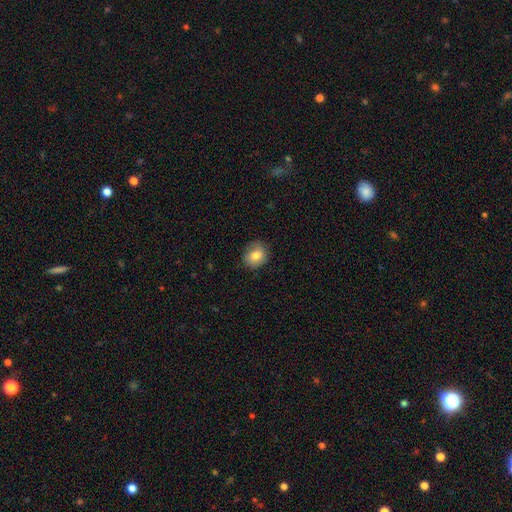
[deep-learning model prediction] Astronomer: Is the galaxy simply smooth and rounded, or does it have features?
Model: smooth — 79%.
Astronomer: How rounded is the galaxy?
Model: round — 70%.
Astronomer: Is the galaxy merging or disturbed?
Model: none — 81%.